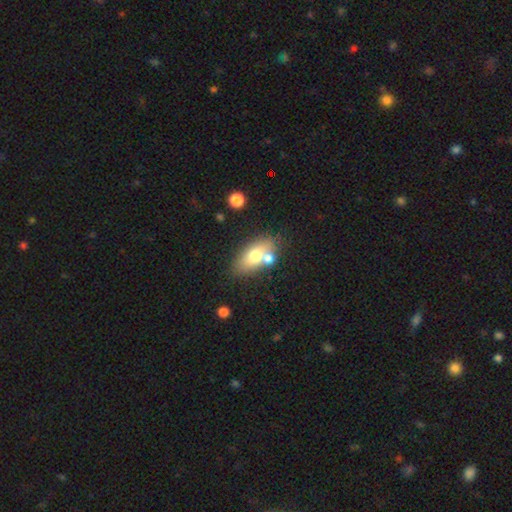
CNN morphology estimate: The model was most divided on "merging": none: 57%, merger: 26%, minor disturbance: 13%, major disturbance: 4%. More confident: how rounded — in between (84%); smooth or featured — smooth (67%).